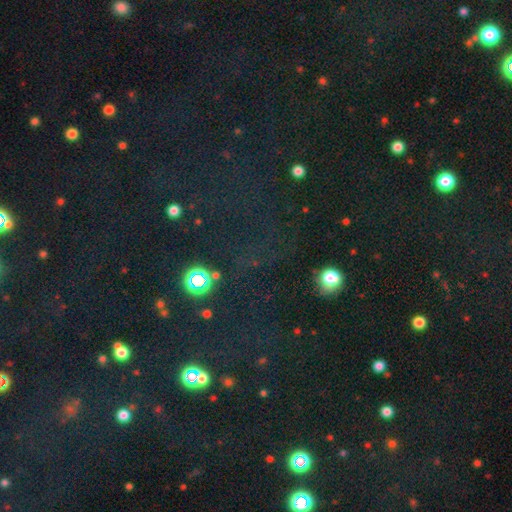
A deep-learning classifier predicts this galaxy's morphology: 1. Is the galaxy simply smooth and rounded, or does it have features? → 74% star or artifact, 19% smooth, 7% featured or disk.